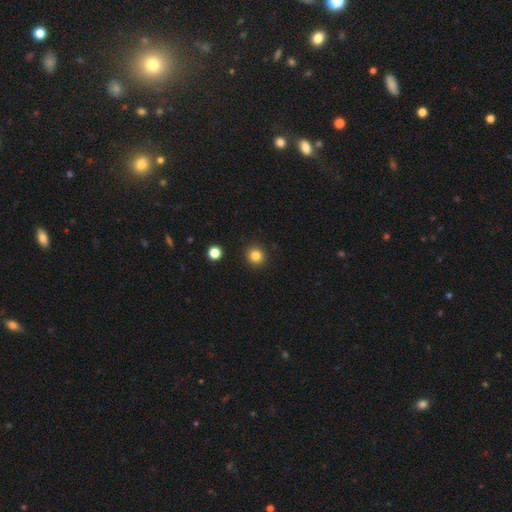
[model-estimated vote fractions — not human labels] Q: Smooth or featured?
A: smooth (83%); runner-up: star or artifact (12%)
Q: How rounded?
A: round (91%); runner-up: in between (8%)
Q: Merging?
A: none (92%); runner-up: minor disturbance (5%)